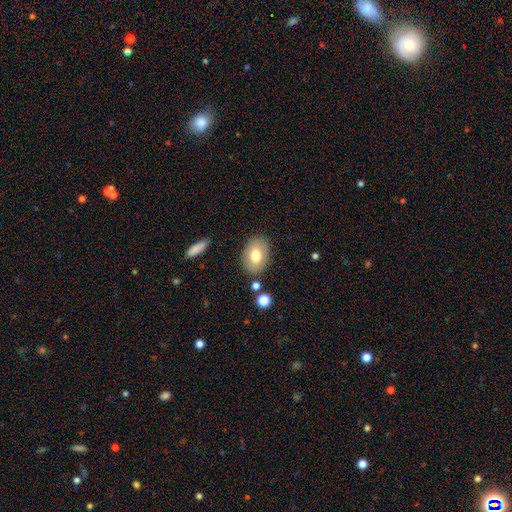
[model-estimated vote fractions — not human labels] smooth-or-featured: smooth: 74% | featured or disk: 18% | star or artifact: 8%
  how-rounded: in between: 81% | round: 18% | cigar-shaped: 1%
  merging: none: 82% | minor disturbance: 11% | merger: 3% | major disturbance: 3%